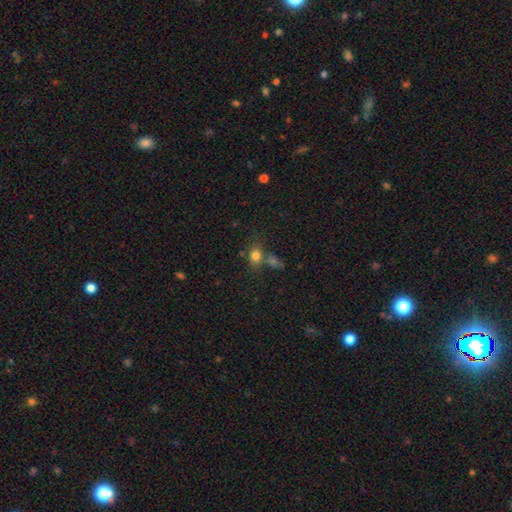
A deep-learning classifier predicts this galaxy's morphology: smooth_or_featured: smooth (p=0.78) [alt: star or artifact p=0.14]
how_rounded: round (p=0.50) [alt: in between p=0.48]
merging: none (p=0.53) [alt: merger p=0.30]